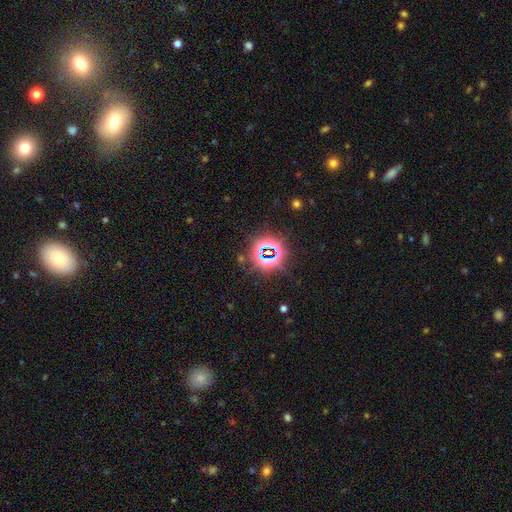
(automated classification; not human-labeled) star or artifact 78%, smooth 14%, featured or disk 8%.